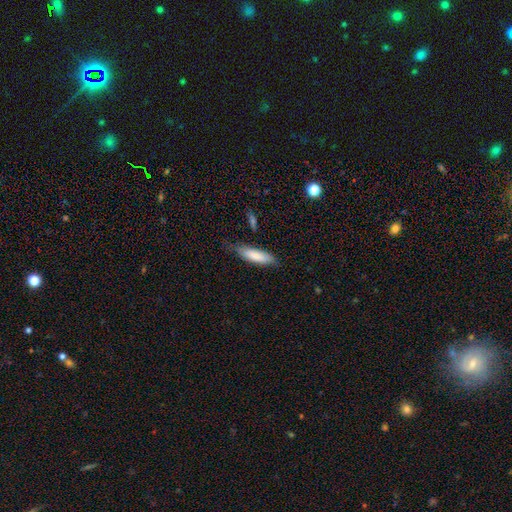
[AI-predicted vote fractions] This appears to be a smooth galaxy with no disk features (80%) that is cigar-shaped (54%). Merging: none (70%).